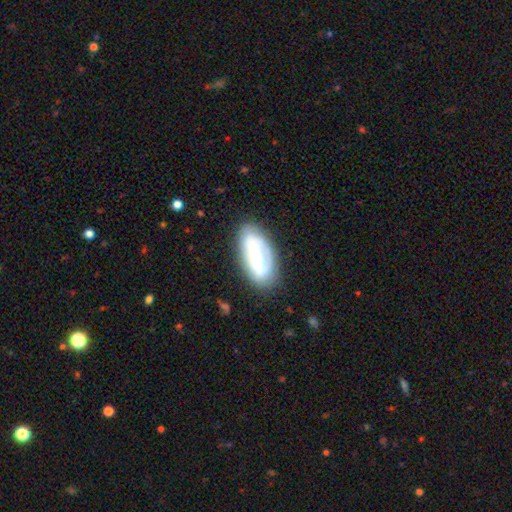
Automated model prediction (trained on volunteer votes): Smooth or featured?
  - featured or disk: 53% *
  - smooth: 40%
  - star or artifact: 7%
Edge-on disk?
  - no: 90% *
  - yes: 10%
Merging?
  - none: 72% *
  - minor disturbance: 19%
  - major disturbance: 7%
  - merger: 3%